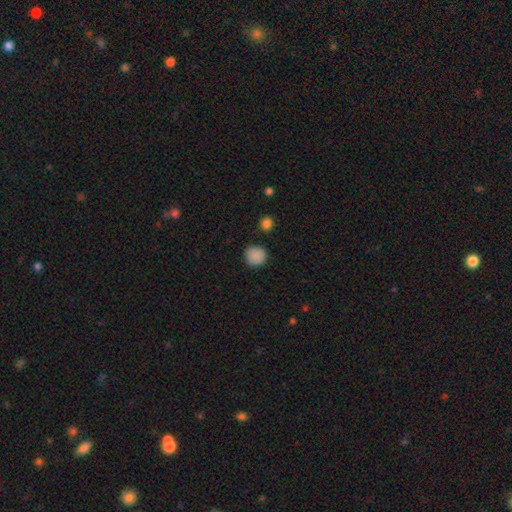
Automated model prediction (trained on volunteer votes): This appears to be a smooth galaxy with no disk features (87%) that is round (92%). Merging: none (86%).